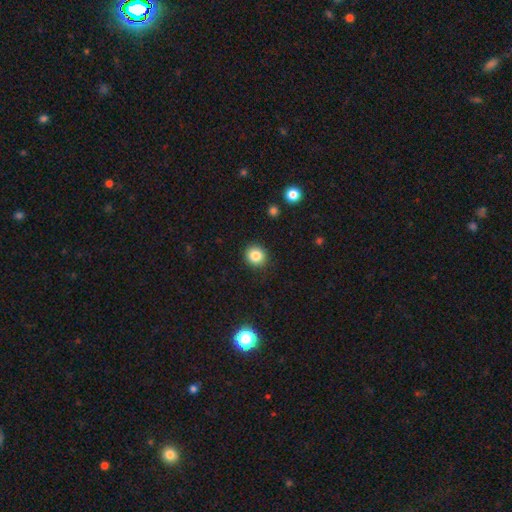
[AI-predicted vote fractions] A smooth galaxy with no disk features (84%) that is round (87%). Merging: none (90%).